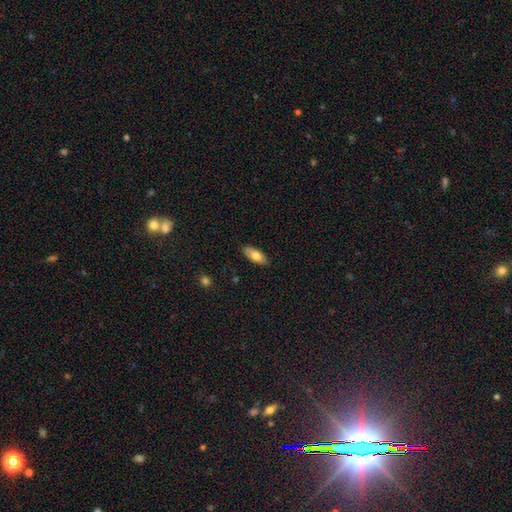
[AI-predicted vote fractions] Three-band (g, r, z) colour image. It shows a smooth galaxy with no disk features (76%) that is in between round and cigar-shaped (85%). Merging: none (87%).